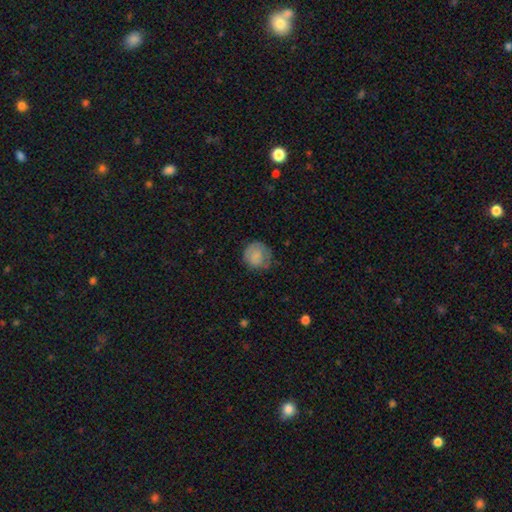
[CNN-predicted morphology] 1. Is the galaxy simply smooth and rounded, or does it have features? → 77% smooth, 15% featured or disk, 8% star or artifact.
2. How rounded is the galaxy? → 87% round, 12% in between, 1% cigar-shaped.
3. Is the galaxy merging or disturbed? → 63% none, 25% minor disturbance, 11% major disturbance, 1% merger.